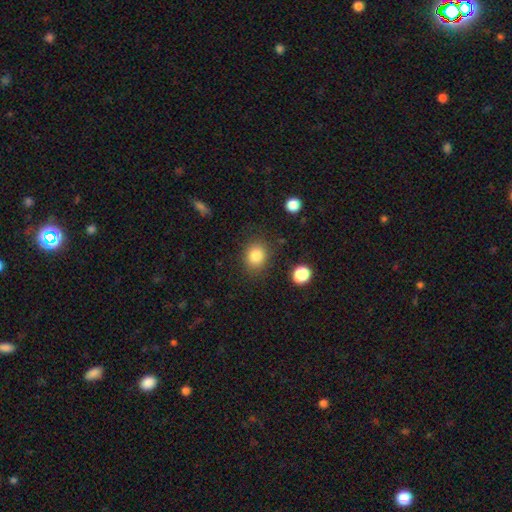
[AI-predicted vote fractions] smooth_or_featured: smooth (p=0.84) [alt: star or artifact p=0.10]
how_rounded: round (p=0.62) [alt: in between p=0.37]
merging: none (p=0.82) [alt: minor disturbance p=0.12]